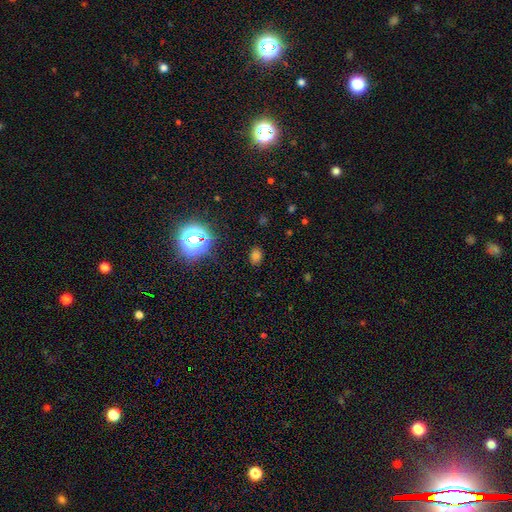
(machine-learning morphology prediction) Smooth or featured: smooth — 61% (star or artifact — 32%)
How rounded: in between — 61% (round — 37%)
Merging: none — 85% (minor disturbance — 10%)